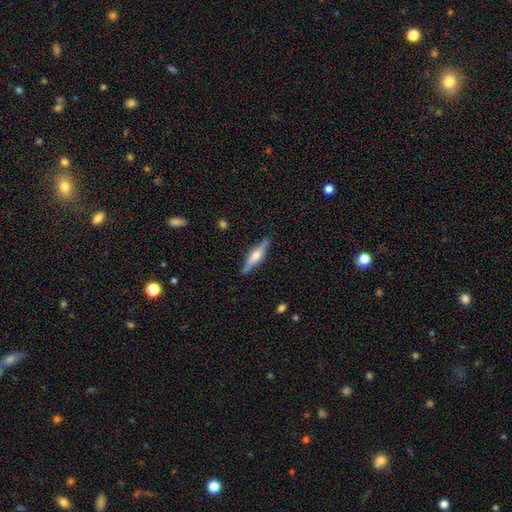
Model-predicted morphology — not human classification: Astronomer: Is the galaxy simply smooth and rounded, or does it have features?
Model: featured or disk — 60%.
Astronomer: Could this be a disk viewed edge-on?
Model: yes — 95%.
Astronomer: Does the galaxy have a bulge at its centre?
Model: rounded — 79%.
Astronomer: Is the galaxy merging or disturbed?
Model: none — 84%.